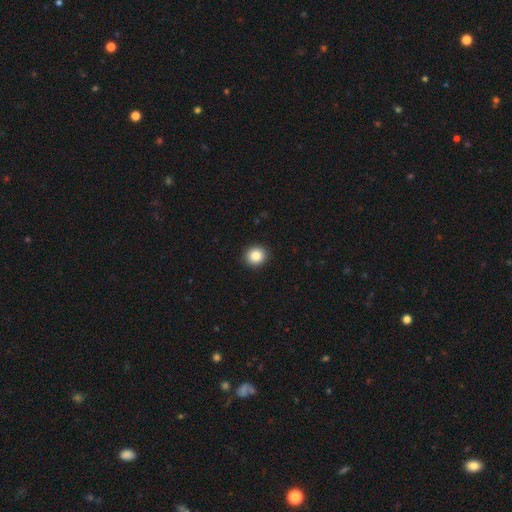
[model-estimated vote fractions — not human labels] Smooth or featured: smooth — 86% (star or artifact — 9%)
How rounded: round — 85% (in between — 14%)
Merging: none — 92% (minor disturbance — 5%)